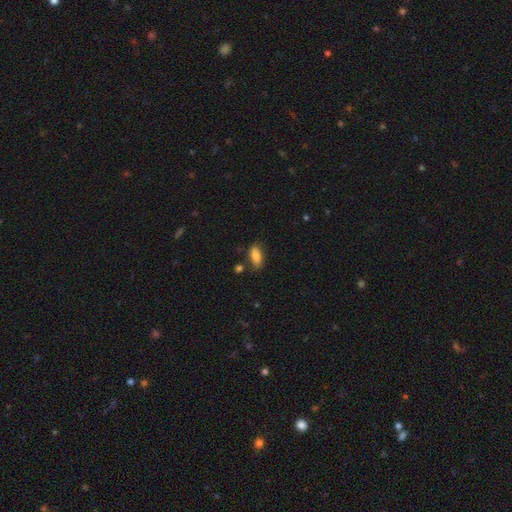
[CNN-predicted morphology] Overall: smooth (83%). How rounded: in between (86%). Merging: none (75%).